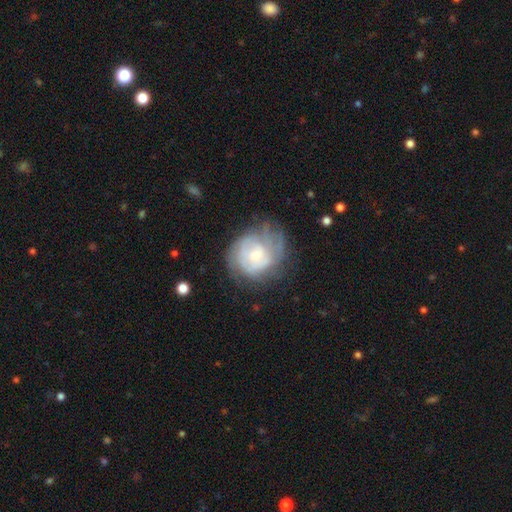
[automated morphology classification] Overall: featured or disk (64%; smooth 28%). Edge-on disk: no (97%). Bar: no (77%). Spiral arms: yes (70%; no 30%). Bulge size: small (61%; moderate 33%). Merging: none (54%; minor disturbance 25%).